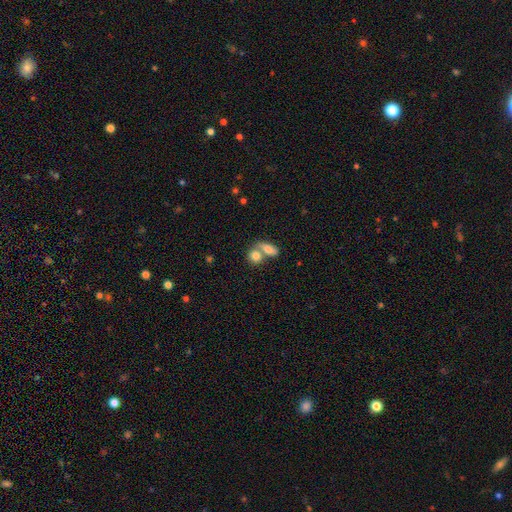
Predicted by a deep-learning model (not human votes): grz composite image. It shows a smooth galaxy with no disk features (79%) that is round (48%, tied with in between). Merging: merger (59%).